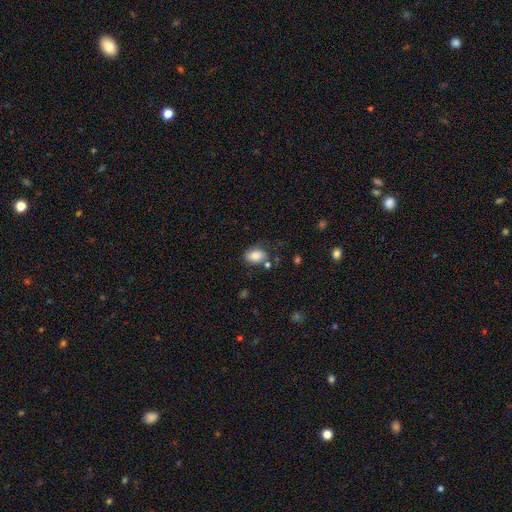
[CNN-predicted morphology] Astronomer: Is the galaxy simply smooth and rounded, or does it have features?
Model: smooth — 83%.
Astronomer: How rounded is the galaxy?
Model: in between — 81%.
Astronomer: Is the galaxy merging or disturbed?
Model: none — 62%.